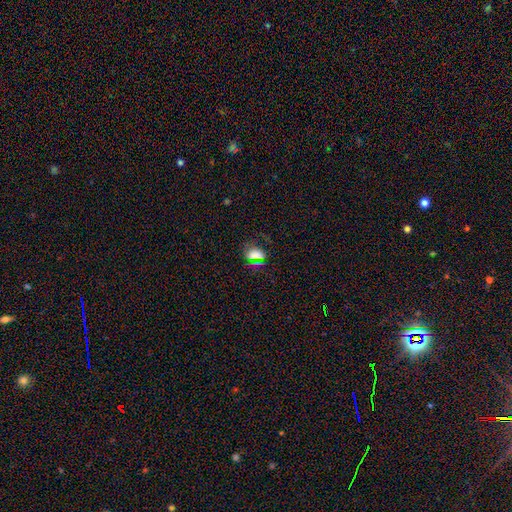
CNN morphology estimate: type=smooth (50%); roundness=round (47%, tied with in between); merging=none (73%).